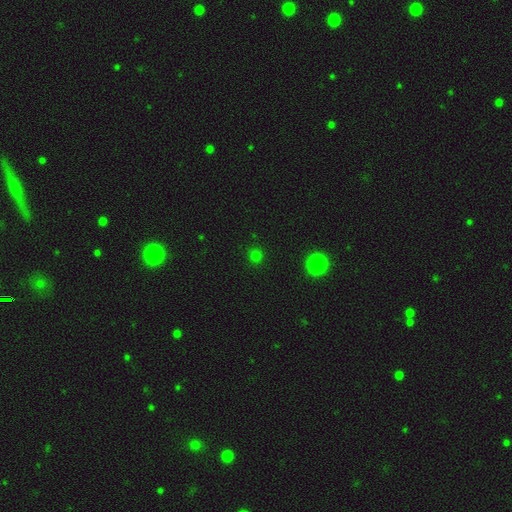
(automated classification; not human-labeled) smooth 74%, star or artifact 23%, featured or disk 4%. Down the decision tree: how rounded — round (93%); merging — none (90%).